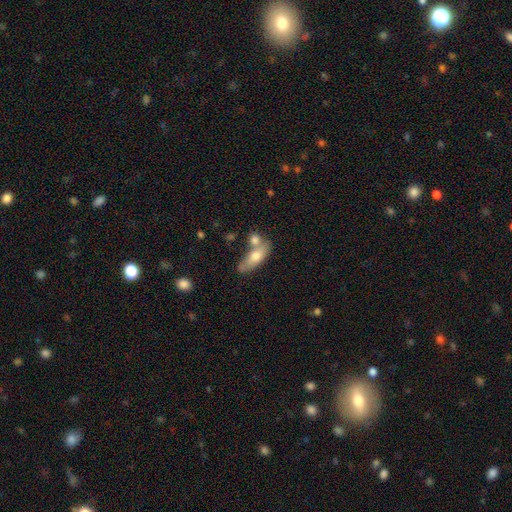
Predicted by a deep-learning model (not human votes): This appears to be a smooth galaxy with no disk features (67%) that is in between round and cigar-shaped (65%). Merging: none (46%).